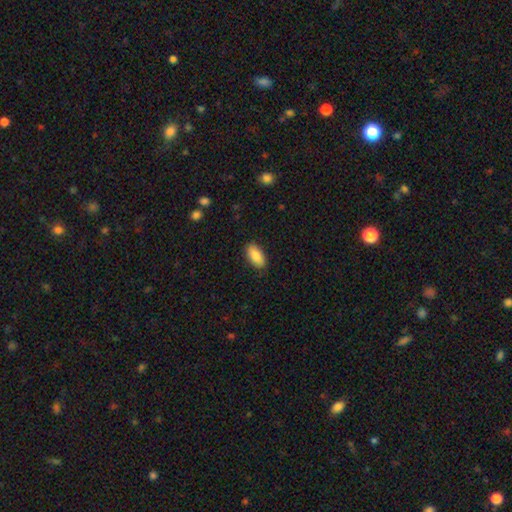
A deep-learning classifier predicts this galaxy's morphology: A smooth galaxy with no disk features (87%) that is in between round and cigar-shaped (90%). Merging: none (88%).